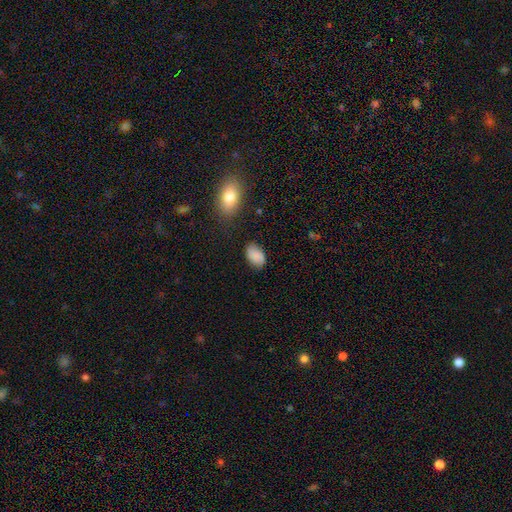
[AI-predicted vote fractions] Smooth or featured? smooth (83%)
How rounded? in between (90%)
Merging? none (75%)